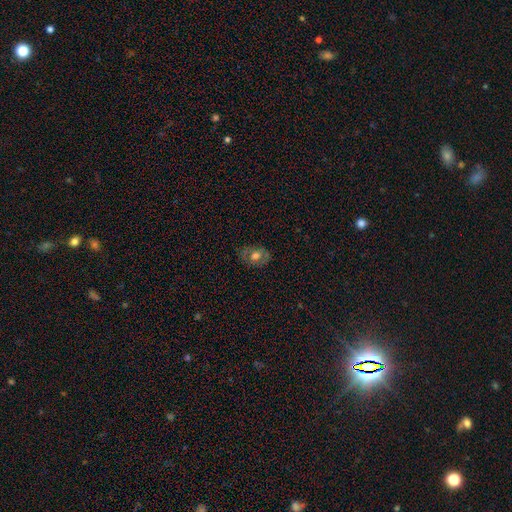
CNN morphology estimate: This appears to be a smooth galaxy with no disk features (59%) that is in between round and cigar-shaped (71%). Merging: none (77%).